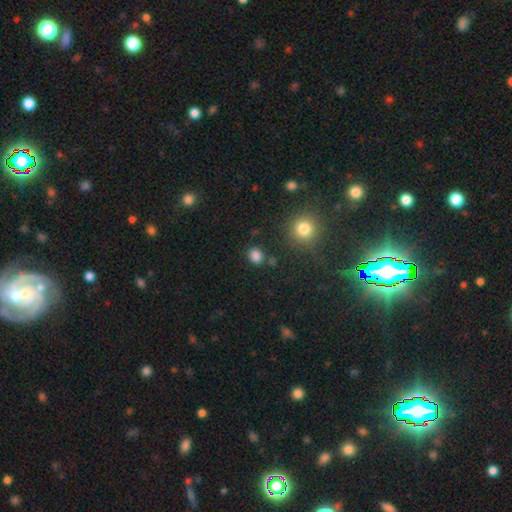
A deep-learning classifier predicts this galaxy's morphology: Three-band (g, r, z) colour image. It shows a smooth galaxy with no disk features (83%) that is round (58%). Merging: none (82%).